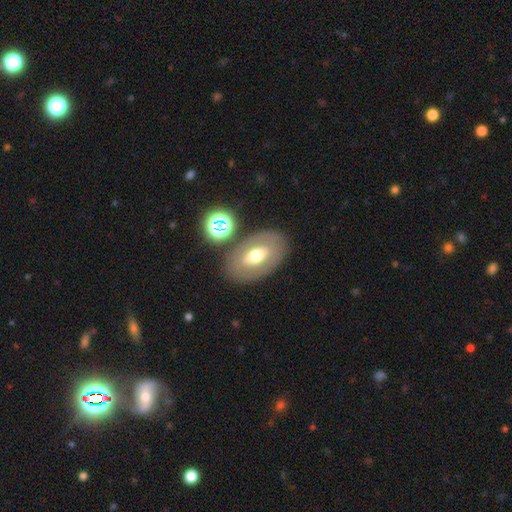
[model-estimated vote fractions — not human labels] Smooth or featured? Predicted: smooth (p=0.50). How rounded? Predicted: in between (p=0.89). Merging? Predicted: none (p=0.79).